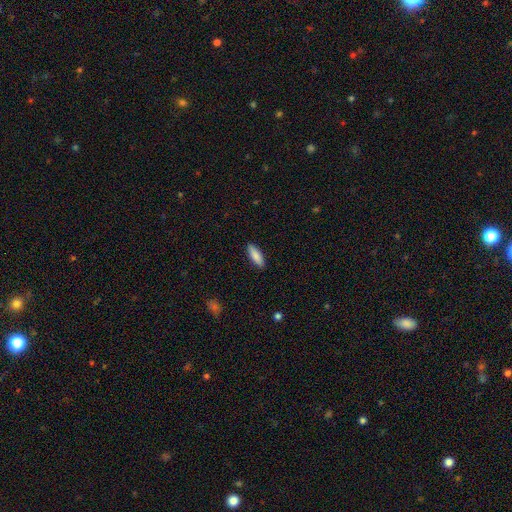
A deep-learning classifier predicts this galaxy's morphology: smooth 86%, featured or disk 8%, star or artifact 6%. Down the decision tree: how rounded — in between (57%); merging — none (90%).